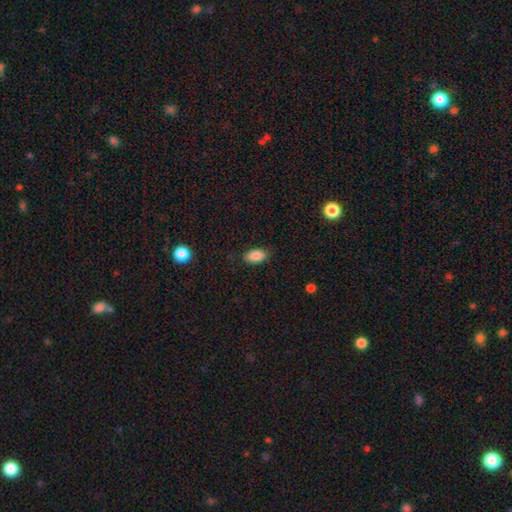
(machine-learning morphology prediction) This is clearly a smooth galaxy (87%). How rounded: clearly in between (92%). Merging: clearly none (86%).